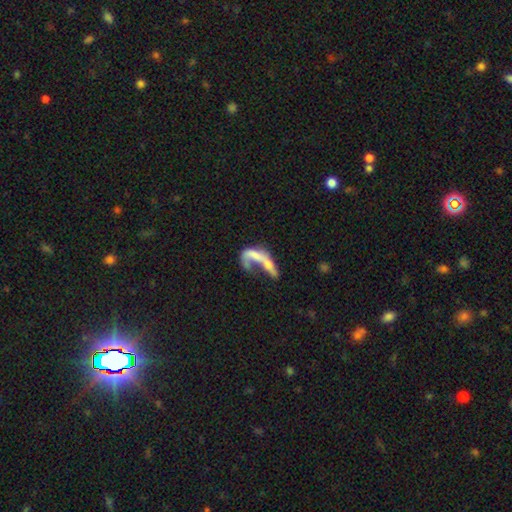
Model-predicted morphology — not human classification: smooth-or-featured: featured or disk: 47% | smooth: 42% | star or artifact: 10%
  merging: merger: 40% | major disturbance: 35% | none: 16% | minor disturbance: 9%